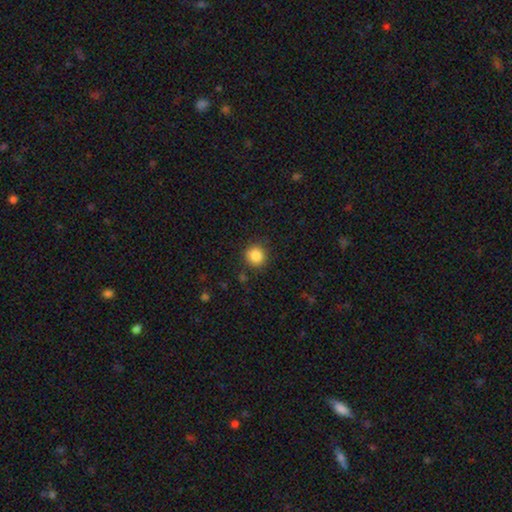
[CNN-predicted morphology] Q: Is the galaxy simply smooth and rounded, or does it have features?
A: smooth — 86%.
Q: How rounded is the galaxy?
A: round — 92%.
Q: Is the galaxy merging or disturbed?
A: none — 88%.